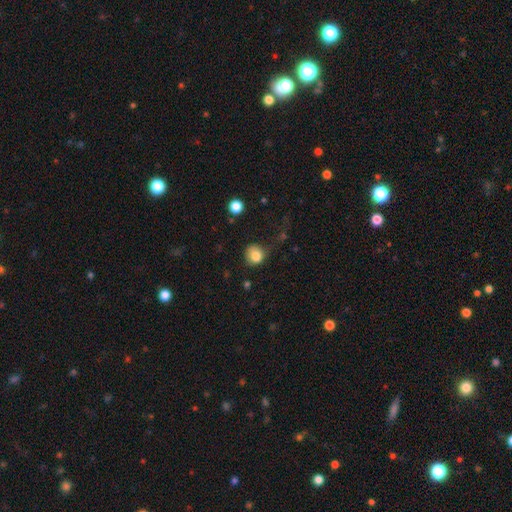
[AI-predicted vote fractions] Smooth or featured? Predicted: smooth (p=0.83). How rounded? Predicted: round (p=0.81). Merging? Predicted: none (p=0.55).